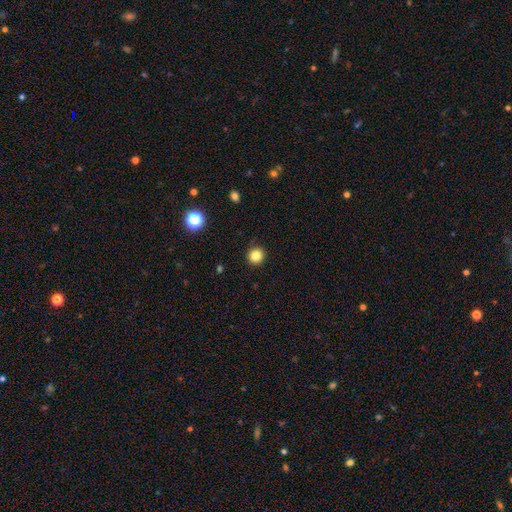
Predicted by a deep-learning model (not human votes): Morphology: type=smooth (84%); roundness=round (92%); merging=none (90%).